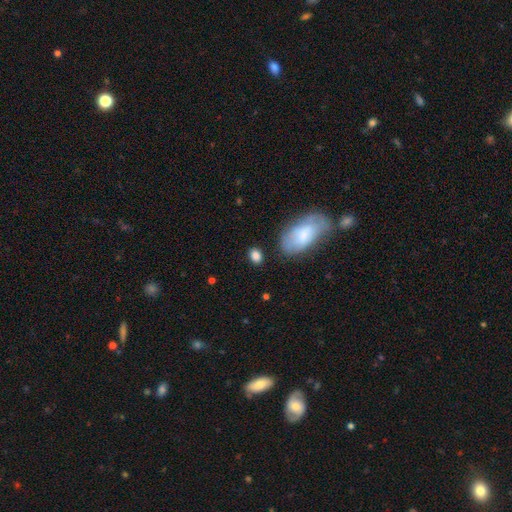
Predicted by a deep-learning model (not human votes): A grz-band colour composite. It shows a smooth galaxy with no disk features (85%) that is in between round and cigar-shaped (74%). Merging: none (77%).